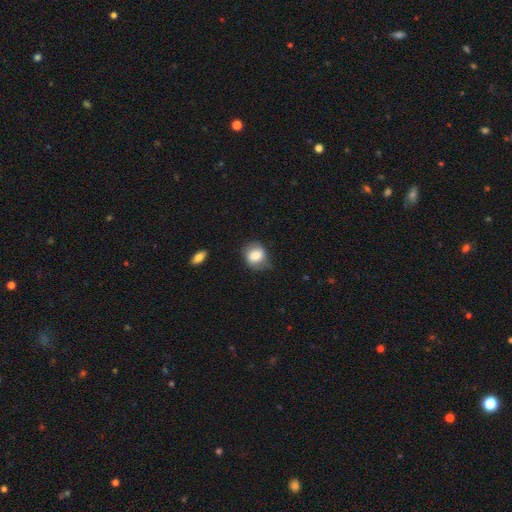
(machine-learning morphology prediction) This appears to be a smooth galaxy with no disk features (79%) that is round (62%). Merging: none (60%).